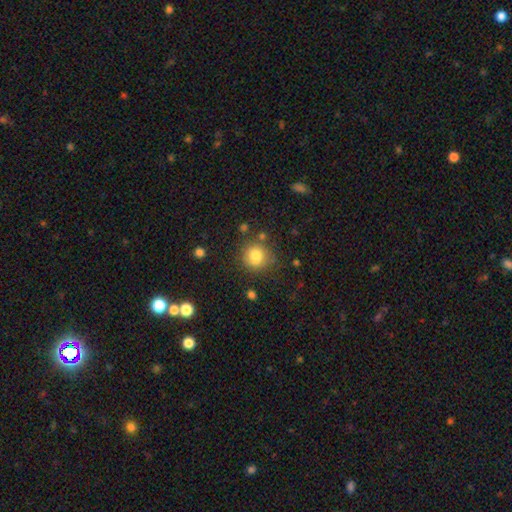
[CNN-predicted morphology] smooth-or-featured: smooth: 80% | star or artifact: 11% | featured or disk: 9%
  how-rounded: round: 82% | in between: 17% | cigar-shaped: 1%
  merging: none: 70% | minor disturbance: 16% | merger: 8% | major disturbance: 6%